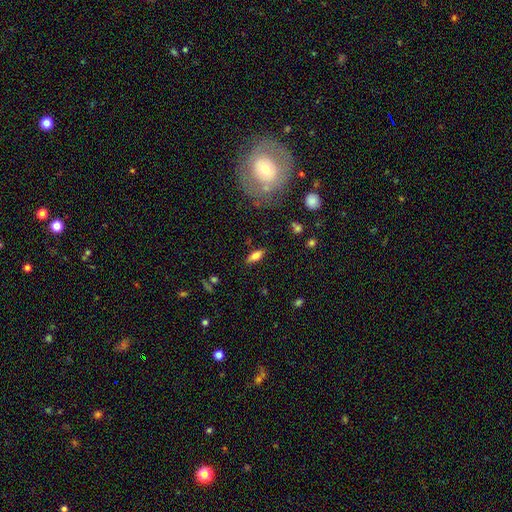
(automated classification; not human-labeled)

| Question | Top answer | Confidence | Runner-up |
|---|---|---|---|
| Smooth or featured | smooth | 73% | featured or disk (18%) |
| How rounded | in between | 82% | cigar-shaped (15%) |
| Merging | none | 85% | minor disturbance (10%) |